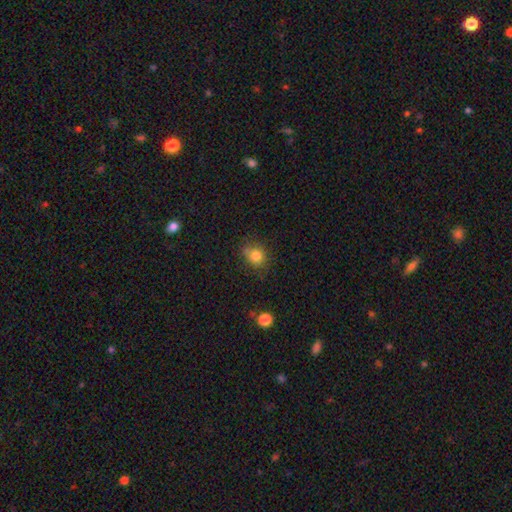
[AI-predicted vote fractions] Smooth or featured? smooth (81%)
How rounded? round (77%)
Merging? none (69%)